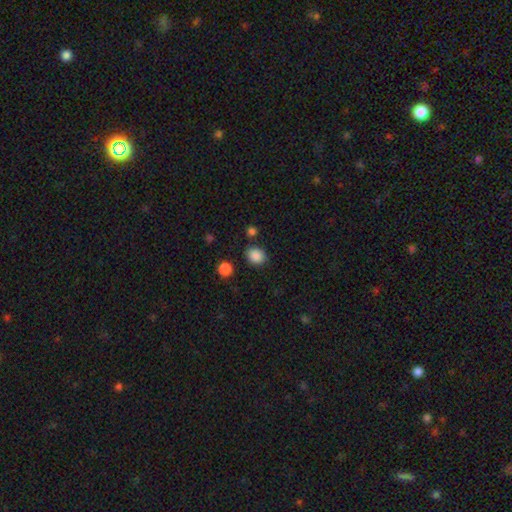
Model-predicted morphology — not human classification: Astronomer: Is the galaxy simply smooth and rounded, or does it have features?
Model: smooth — 87%.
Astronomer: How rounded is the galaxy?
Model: round — 55% (runner-up: in between, 44%).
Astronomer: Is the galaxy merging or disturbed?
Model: none — 81%.